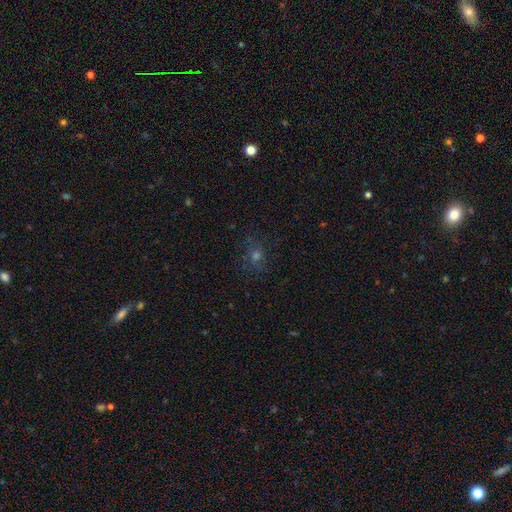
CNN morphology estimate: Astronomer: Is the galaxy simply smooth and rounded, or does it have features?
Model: smooth — 44% (runner-up: star or artifact, 37%).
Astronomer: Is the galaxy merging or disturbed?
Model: none — 80%.